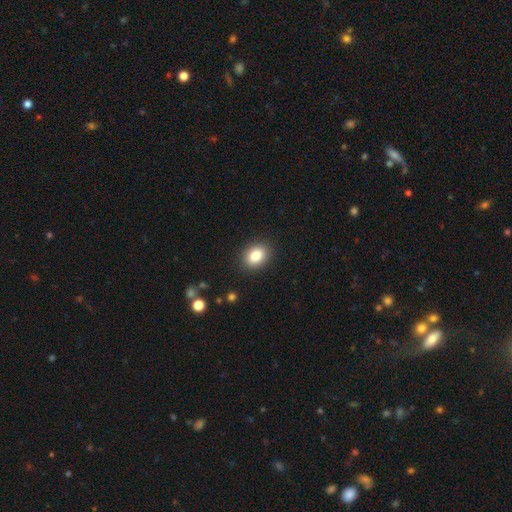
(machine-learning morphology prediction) A smooth galaxy with no disk features (84%) that is in between round and cigar-shaped (64%). Merging: none (89%).